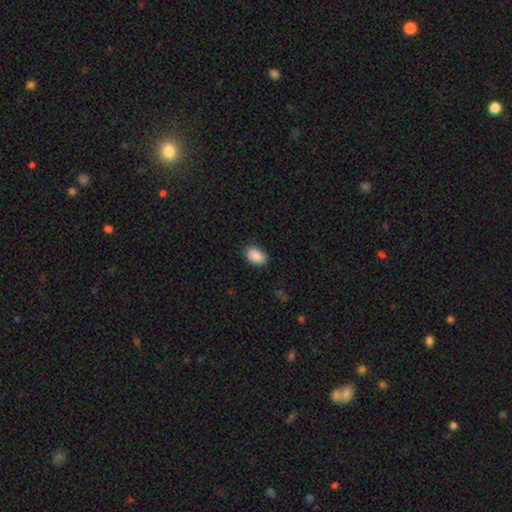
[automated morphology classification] Smooth or featured? Predicted: smooth (p=0.89). How rounded? Predicted: in between (p=0.86). Merging? Predicted: none (p=0.85).